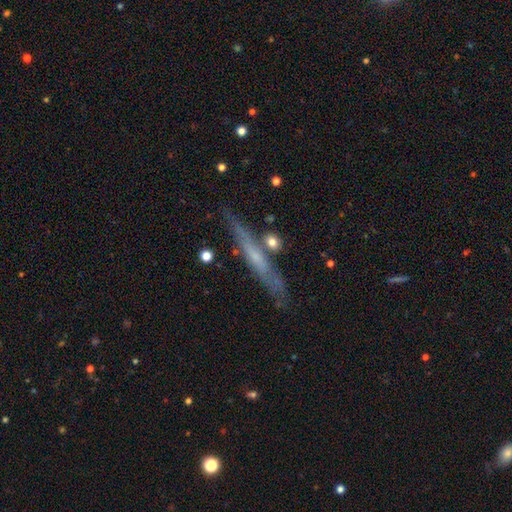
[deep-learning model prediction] featured or disk 60%, smooth 33%, star or artifact 7%. Down the decision tree: edge-on disk — yes (91%); edge-on bulge — none (63%); merging — none (79%).